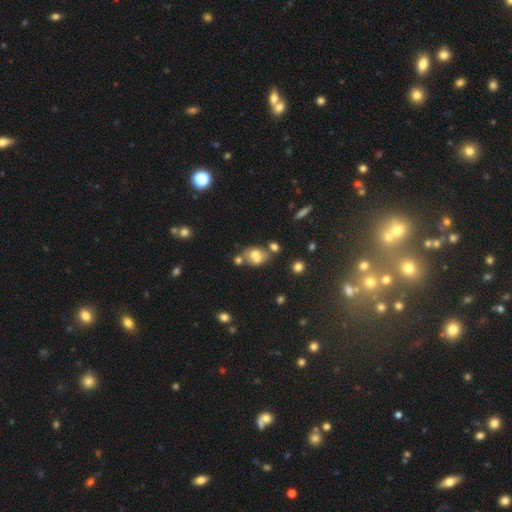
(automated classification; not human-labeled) A smooth galaxy with no disk features (63%) that is in between round and cigar-shaped (65%).

Vote fractions:
- Smooth or featured? smooth: 63% / featured or disk: 24% / star or artifact: 13%
- How rounded? in between: 65% / round: 33% / cigar-shaped: 2%
- Merging? none: 44% / merger: 33% / minor disturbance: 16% / major disturbance: 7%